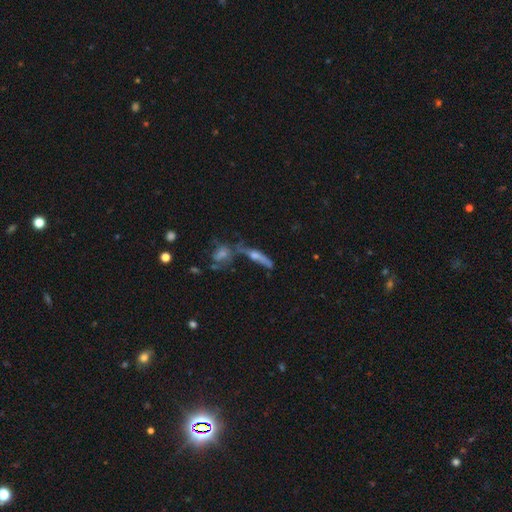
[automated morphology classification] featured or disk 53%, smooth 32%, star or artifact 16%. Down the decision tree: edge-on disk — yes (73%); merging — none (43%).